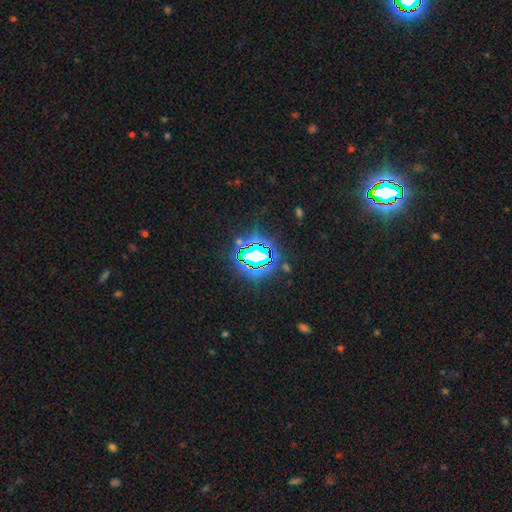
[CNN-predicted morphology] This is likely a star or artifact rather than a galaxy (76%).